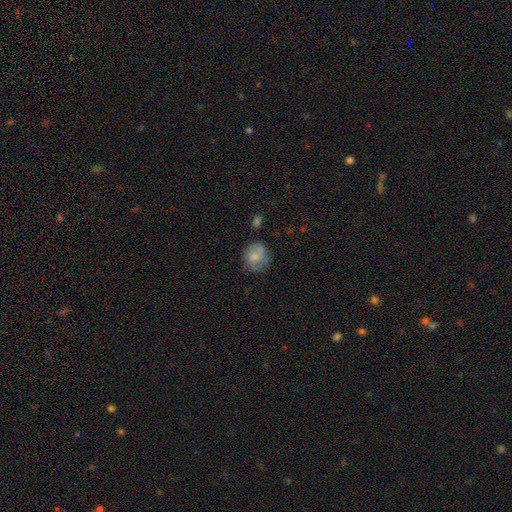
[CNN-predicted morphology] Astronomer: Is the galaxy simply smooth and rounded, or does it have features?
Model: smooth — 58% (runner-up: featured or disk, 34%).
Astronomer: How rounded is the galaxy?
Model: round — 76%.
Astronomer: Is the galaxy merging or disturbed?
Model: none — 60%.